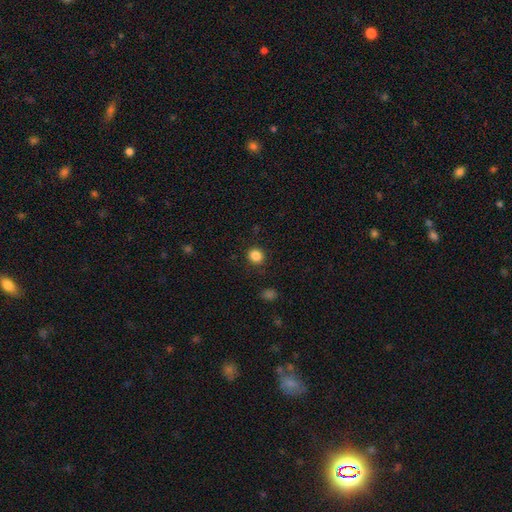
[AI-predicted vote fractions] Smooth or featured?
  - smooth: 85% *
  - star or artifact: 11%
  - featured or disk: 4%
How rounded?
  - round: 82% *
  - in between: 18%
  - cigar-shaped: 1%
Merging?
  - none: 88% *
  - minor disturbance: 8%
  - major disturbance: 3%
  - merger: 1%